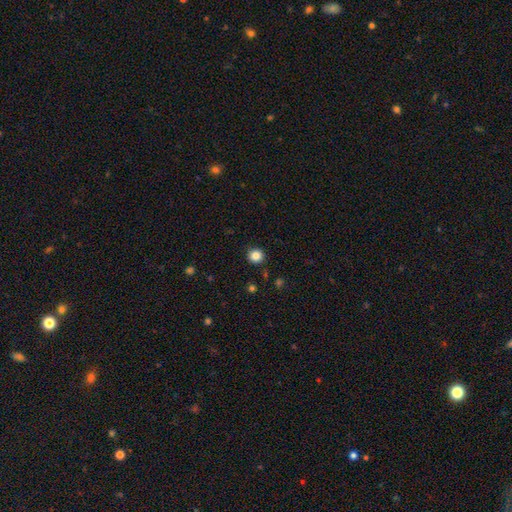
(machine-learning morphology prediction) Smooth or featured: smooth — 84% (star or artifact — 11%)
How rounded: round — 93% (in between — 6%)
Merging: none — 92% (minor disturbance — 5%)